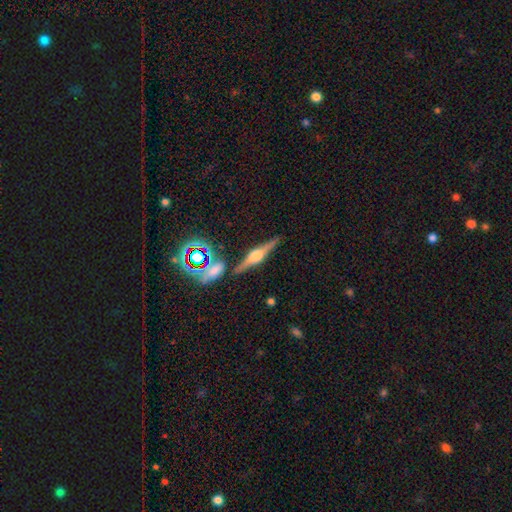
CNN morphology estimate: smooth-or-featured: featured or disk: 78% | smooth: 14% | star or artifact: 8%
  disk-edge-on: yes: 97% | no: 3%
    edge-on-bulge: rounded: 91% | boxy: 7% | none: 2%
  merging: none: 84% | minor disturbance: 8% | merger: 5% | major disturbance: 2%